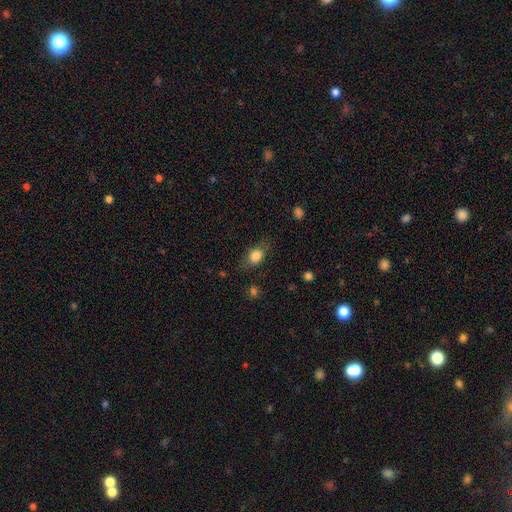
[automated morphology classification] This appears to be a smooth galaxy with no disk features (81%) that is in between round and cigar-shaped (69%). Merging: none (69%).